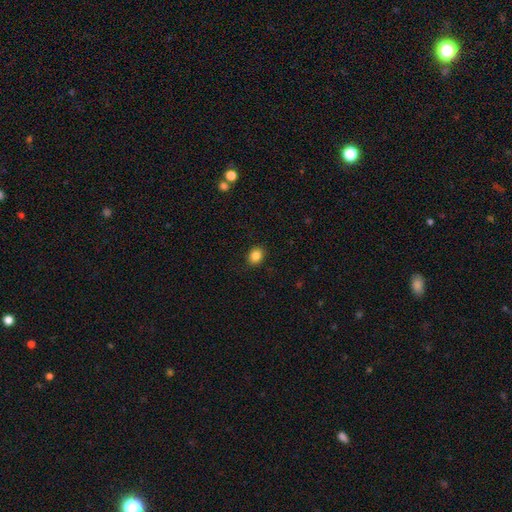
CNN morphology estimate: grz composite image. It shows a smooth galaxy with no disk features (86%) that is round (57%). Merging: none (90%).